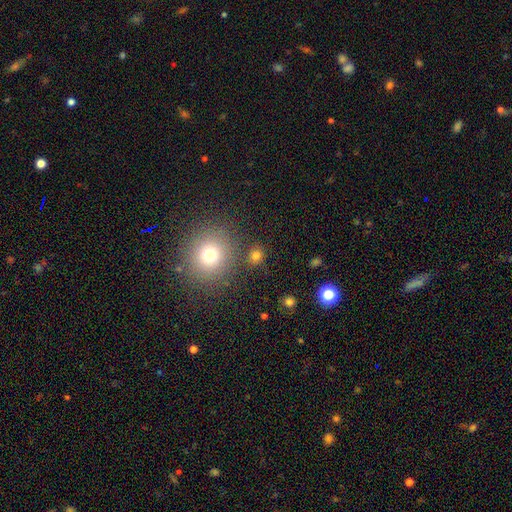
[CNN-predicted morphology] Overall: smooth (77%). How rounded: round (85%). Merging: none (82%).